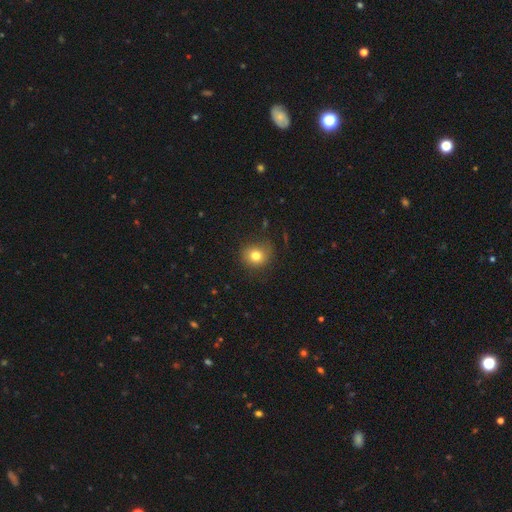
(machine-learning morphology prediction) A smooth galaxy with no disk features (78%) that is round (83%).

Vote fractions:
- Smooth or featured? smooth: 78% / star or artifact: 13% / featured or disk: 9%
- How rounded? round: 83% / in between: 16% / cigar-shaped: 1%
- Merging? none: 83% / minor disturbance: 12% / major disturbance: 4% / merger: 1%